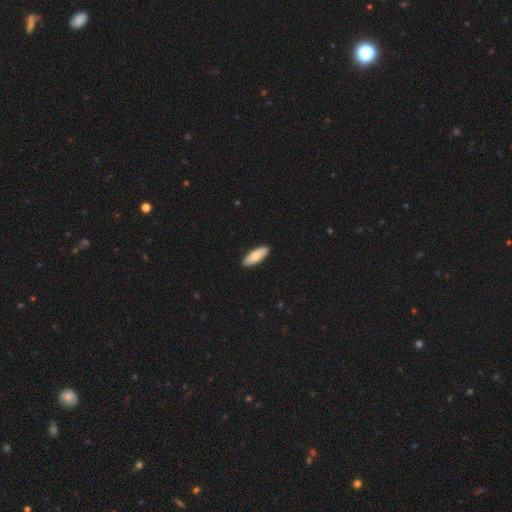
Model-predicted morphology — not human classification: Overall: smooth (72%). How rounded: in between (72%). Merging: none (91%).